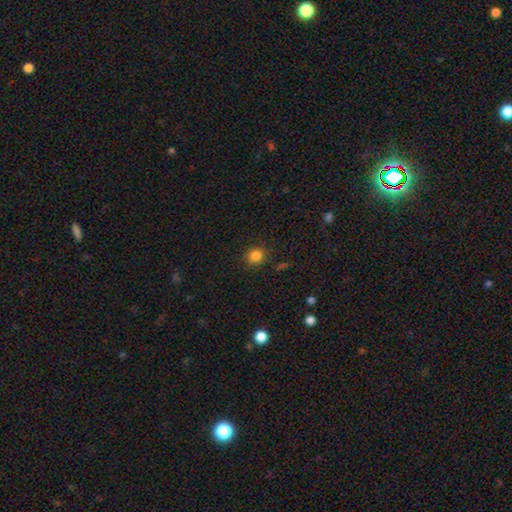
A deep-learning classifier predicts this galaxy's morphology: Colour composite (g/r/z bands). It shows a smooth galaxy with no disk features (83%) that is round (85%). Merging: none (87%).